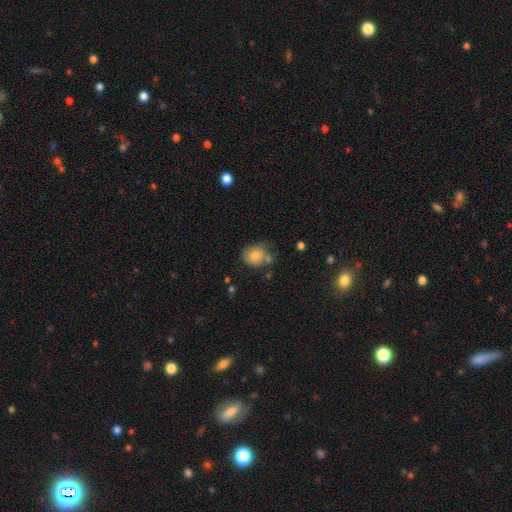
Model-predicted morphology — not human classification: This is likely a smooth galaxy (79%). How rounded: likely round (68%). Merging: possibly none (52%).